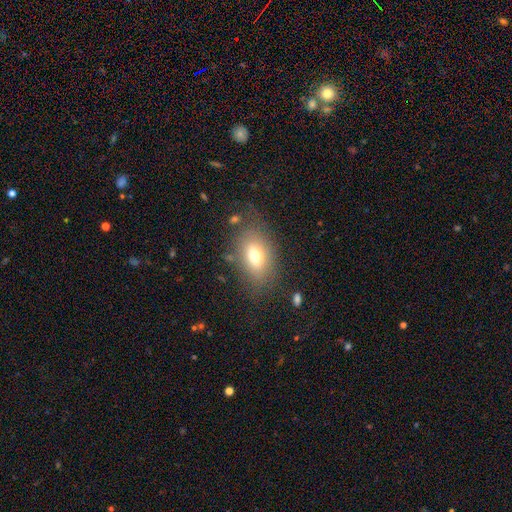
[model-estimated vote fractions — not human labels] Smooth or featured: smooth — 69% (featured or disk — 20%)
How rounded: in between — 83% (round — 13%)
Merging: none — 73% (minor disturbance — 15%)